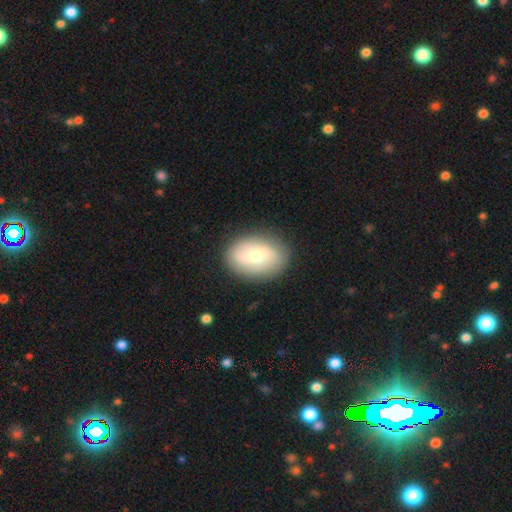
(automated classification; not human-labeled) Smooth or featured? Predicted: smooth (p=0.54). How rounded? Predicted: in between (p=0.74). Merging? Predicted: none (p=0.84).